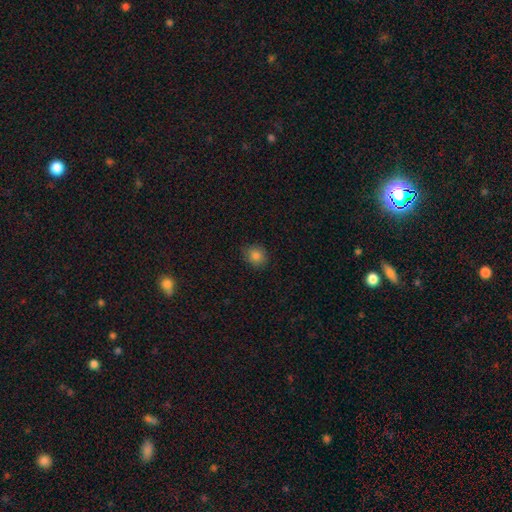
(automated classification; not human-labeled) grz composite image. It shows a smooth galaxy with no disk features (84%) that is round (72%). Merging: none (83%).